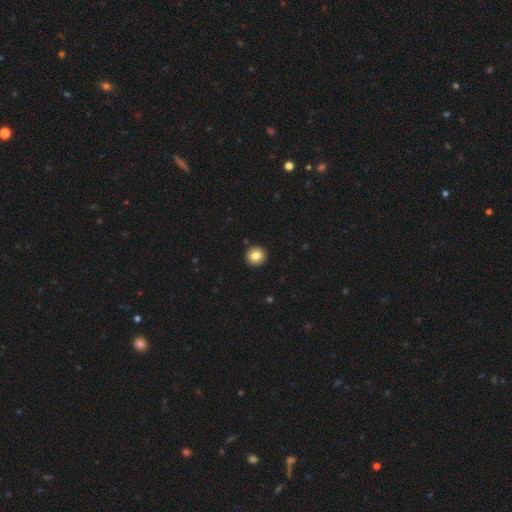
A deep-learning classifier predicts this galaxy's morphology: type=smooth (83%); roundness=round (95%); merging=none (93%).